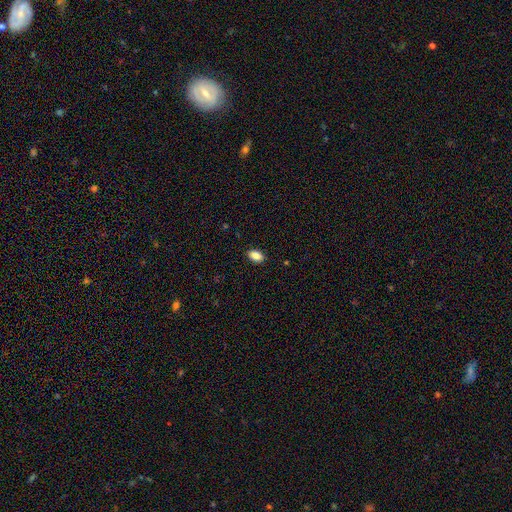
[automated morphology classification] Smooth or featured?
  - smooth: 87% *
  - star or artifact: 8%
  - featured or disk: 5%
How rounded?
  - in between: 90% *
  - round: 8%
  - cigar-shaped: 2%
Merging?
  - none: 89% *
  - minor disturbance: 8%
  - major disturbance: 2%
  - merger: 1%